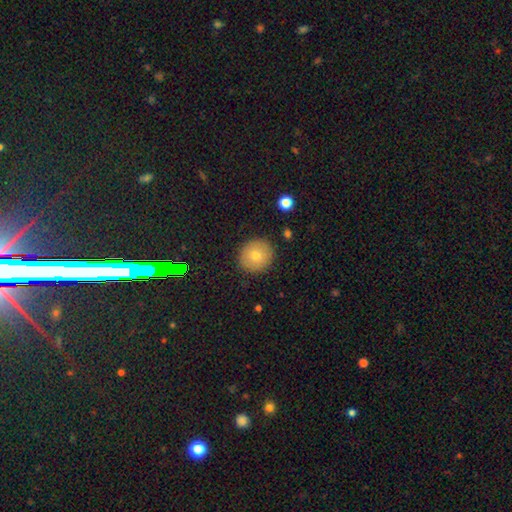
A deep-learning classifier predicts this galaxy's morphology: smooth-or-featured: smooth: 73% | featured or disk: 15% | star or artifact: 12%
  how-rounded: round: 89% | in between: 10% | cigar-shaped: 1%
  merging: none: 90% | minor disturbance: 7% | major disturbance: 2% | merger: 1%